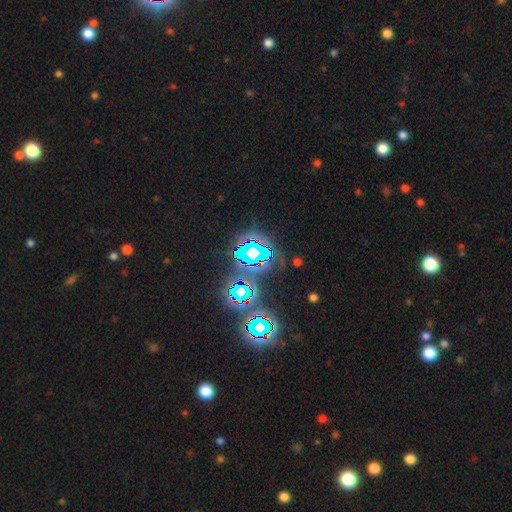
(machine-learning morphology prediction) Smooth or featured: star or artifact — 80% (smooth — 12%)